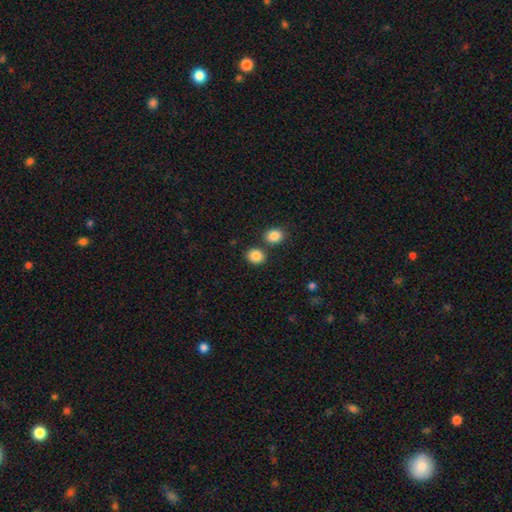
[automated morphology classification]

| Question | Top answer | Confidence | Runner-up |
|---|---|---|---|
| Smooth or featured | smooth | 86% | star or artifact (9%) |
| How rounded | round | 66% | in between (33%) |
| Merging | none | 75% | merger (14%) |